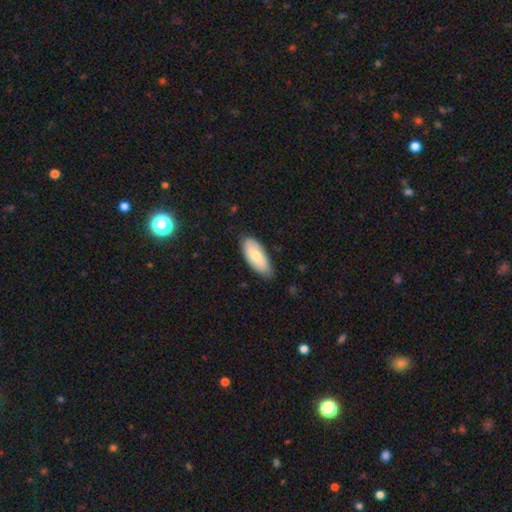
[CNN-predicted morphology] Smooth or featured?
  - smooth: 73% *
  - featured or disk: 21%
  - star or artifact: 6%
How rounded?
  - in between: 85% *
  - cigar-shaped: 13%
  - round: 2%
Merging?
  - none: 77% *
  - minor disturbance: 19%
  - major disturbance: 3%
  - merger: 1%